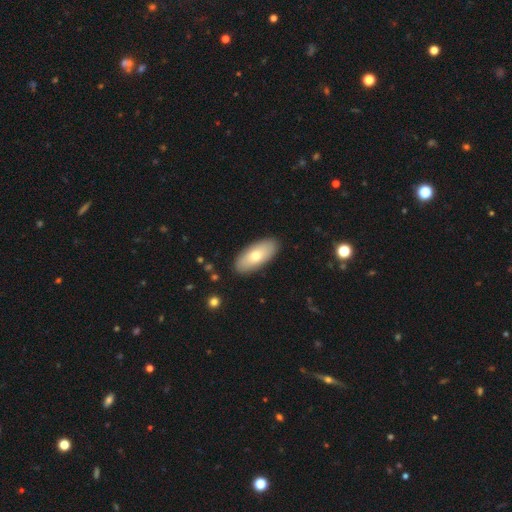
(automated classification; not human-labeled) Smooth or featured: smooth — 71% (featured or disk — 23%)
How rounded: in between — 88% (cigar-shaped — 9%)
Merging: none — 89% (minor disturbance — 8%)